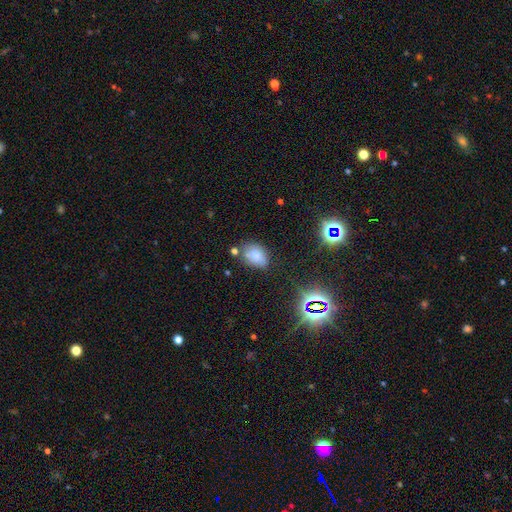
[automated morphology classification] Smooth or featured? smooth (75%)
How rounded? in between (77%)
Merging? none (62%)